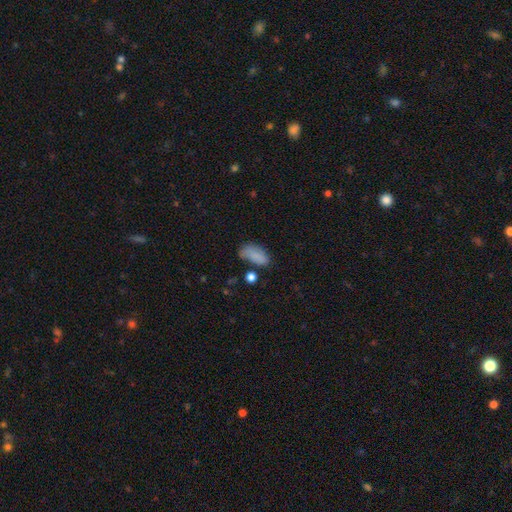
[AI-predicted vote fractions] This appears to be a smooth galaxy with no disk features (81%) that is in between round and cigar-shaped (90%). Merging: none (51%).